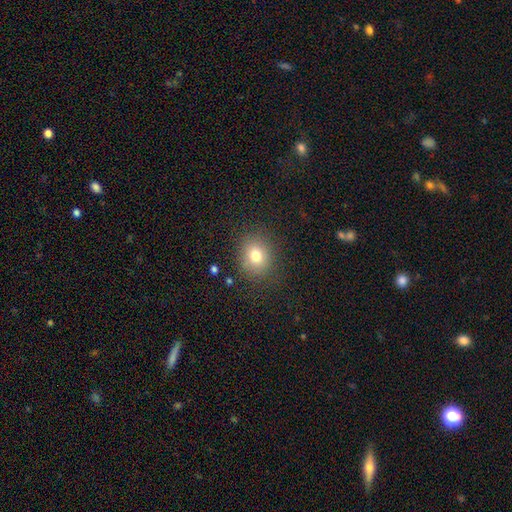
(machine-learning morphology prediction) Overall: smooth (77%). How rounded: round (68%; in between 31%). Merging: none (84%).